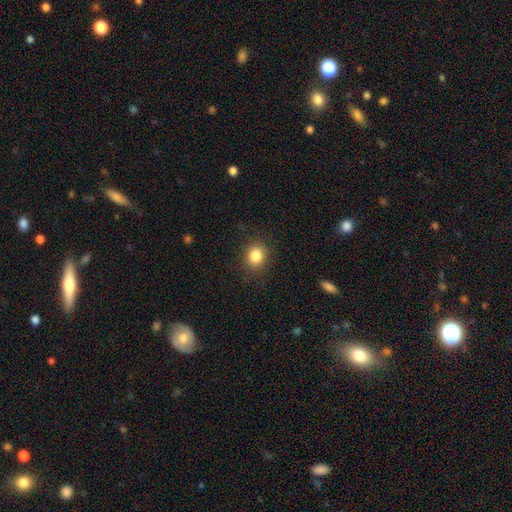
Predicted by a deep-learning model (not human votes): Smooth or featured: smooth — 84% (star or artifact — 11%)
How rounded: round — 70% (in between — 29%)
Merging: none — 87% (minor disturbance — 9%)